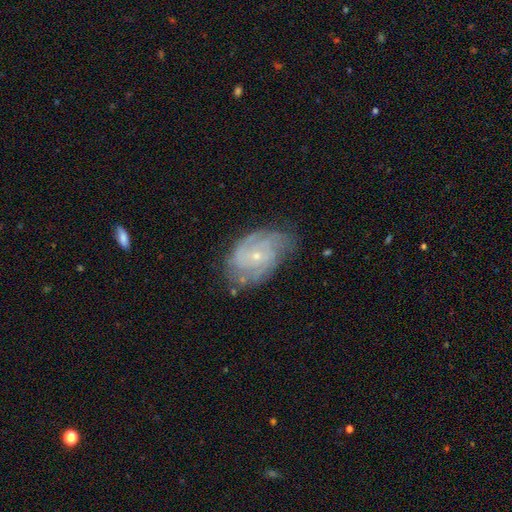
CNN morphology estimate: Smooth or featured? featured or disk (79%)
Edge-on disk? no (97%)
Bar? no (71%)
Spiral arms? yes (93%)
Spiral winding? tight (57%)
Spiral arm count? can't tell (33%)
Bulge size? small (77%)
Merging? none (66%)